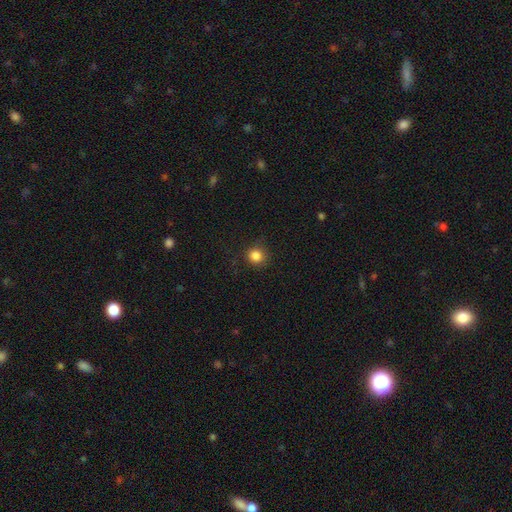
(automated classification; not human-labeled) Overall: smooth (84%). How rounded: round (92%). Merging: none (87%).